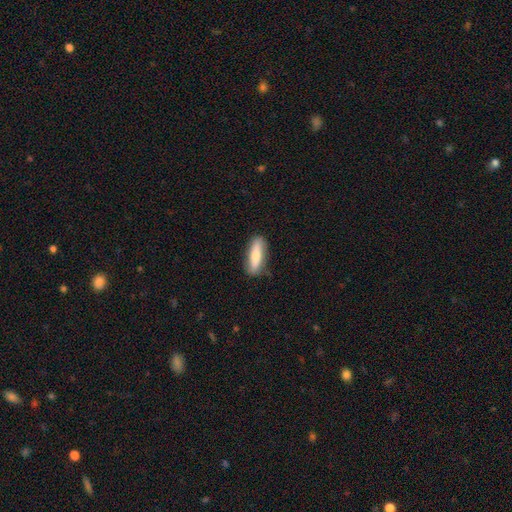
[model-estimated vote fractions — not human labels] smooth_or_featured: smooth (p=0.69) [alt: featured or disk p=0.25]
how_rounded: cigar-shaped (p=0.56) [alt: in between p=0.42]
merging: none (p=0.83) [alt: minor disturbance p=0.13]